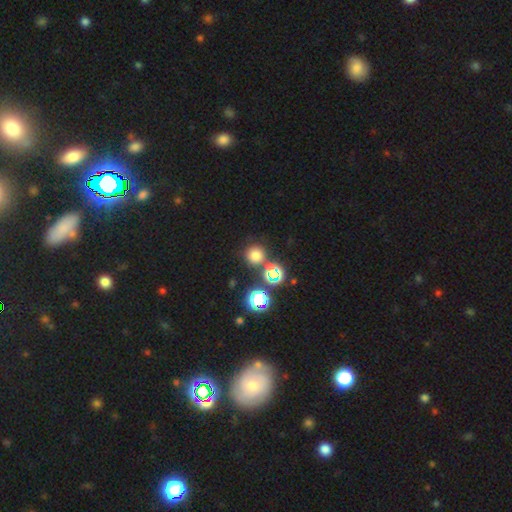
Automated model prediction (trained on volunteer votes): smooth-or-featured: smooth: 68% | star or artifact: 25% | featured or disk: 6%
  how-rounded: round: 92% | in between: 7% | cigar-shaped: 1%
  merging: none: 75% | merger: 13% | minor disturbance: 8% | major disturbance: 3%